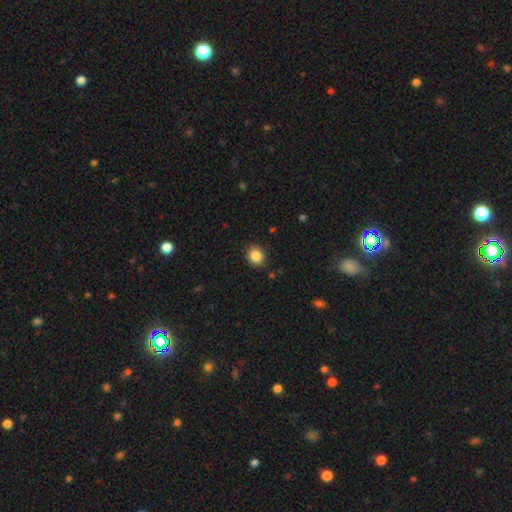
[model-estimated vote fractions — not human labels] This appears to be a smooth galaxy with no disk features (86%) that is round (66%). Merging: none (88%).